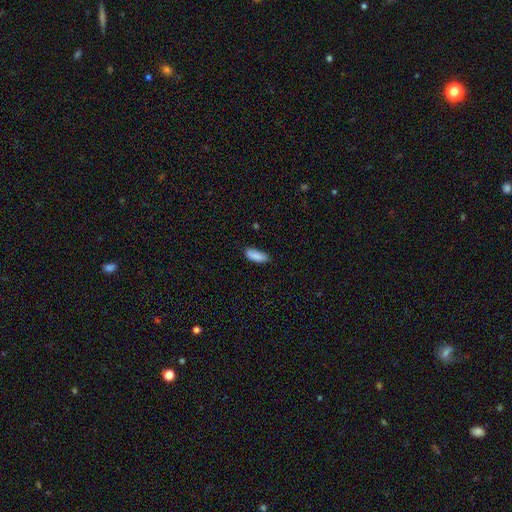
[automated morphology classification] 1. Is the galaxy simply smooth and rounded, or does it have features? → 89% smooth, 6% star or artifact, 5% featured or disk.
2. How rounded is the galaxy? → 78% in between, 21% cigar-shaped, 2% round.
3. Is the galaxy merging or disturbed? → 79% none, 17% minor disturbance, 3% major disturbance, 1% merger.